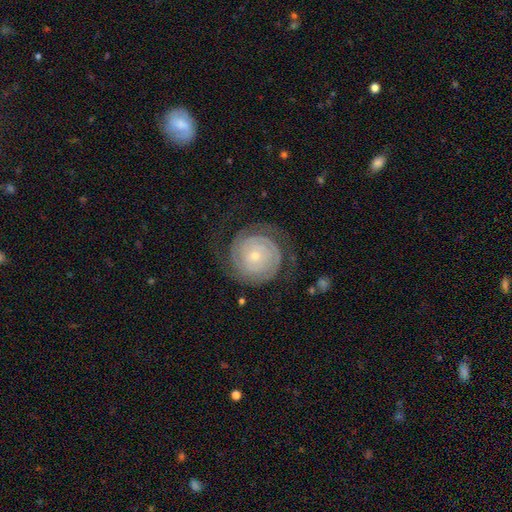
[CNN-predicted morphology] Overall: featured or disk (86%). Edge-on disk: no (98%). Bar: no (77%). Spiral arms: yes (97%). Spiral arm count: 2 (60%). Spiral winding: tight (83%). Bulge size: small (77%). Merging: none (75%).